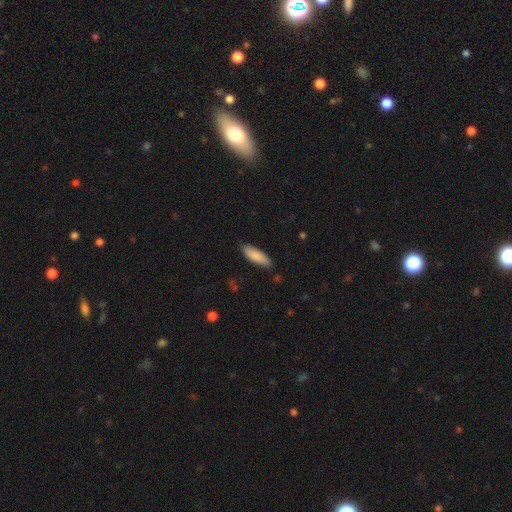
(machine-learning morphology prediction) The model was most divided on "how rounded": in between: 57%, cigar-shaped: 42%, round: 1%. More confident: smooth or featured — smooth (87%); merging — none (83%).